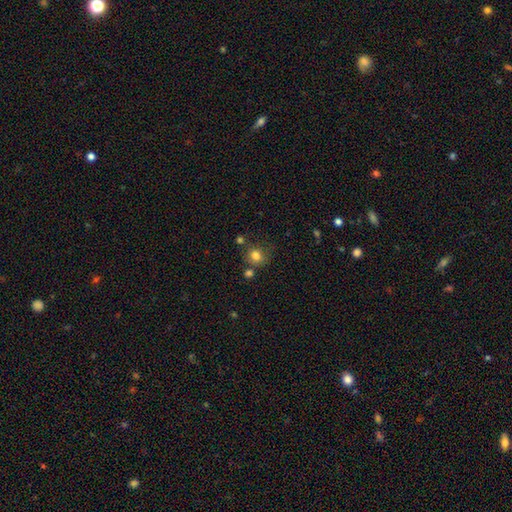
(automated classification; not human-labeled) Morphology: type=smooth (80%); roundness=round (84%); merging=none (69%).